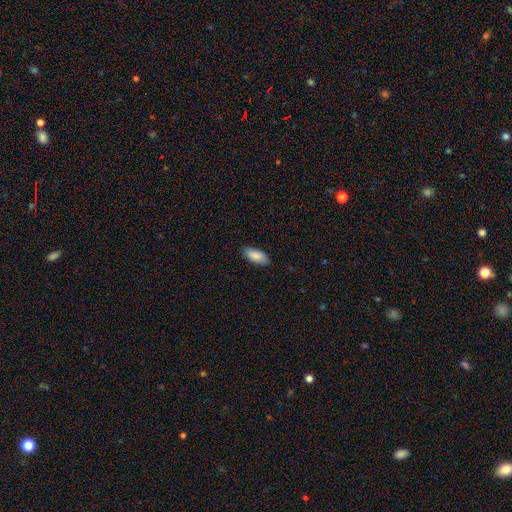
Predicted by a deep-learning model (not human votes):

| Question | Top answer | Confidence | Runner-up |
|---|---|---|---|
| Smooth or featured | smooth | 87% | featured or disk (7%) |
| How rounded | in between | 88% | cigar-shaped (10%) |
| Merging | none | 86% | minor disturbance (11%) |